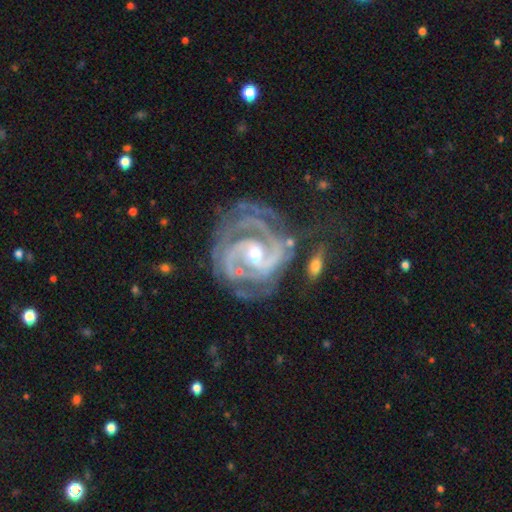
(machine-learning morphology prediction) smooth-or-featured: featured or disk: 93% | star or artifact: 5% | smooth: 3%
  disk-edge-on: no: 97% | yes: 3%
    bar: weak: 38% | strong: 34% | no: 28%
    has-spiral-arms: yes: 98% | no: 2%
      spiral-winding: tight: 70% | medium: 26% | loose: 4%
      spiral-arm-count: 2: 50% | 3: 25% | can't tell: 10% | 4: 6% | 1: 4% | more than 4: 4%
    bulge-size: moderate: 56% | small: 40% | large: 2% | none: 1% | dominant: 1%
  merging: none: 59% | minor disturbance: 21% | major disturbance: 14% | merger: 6%